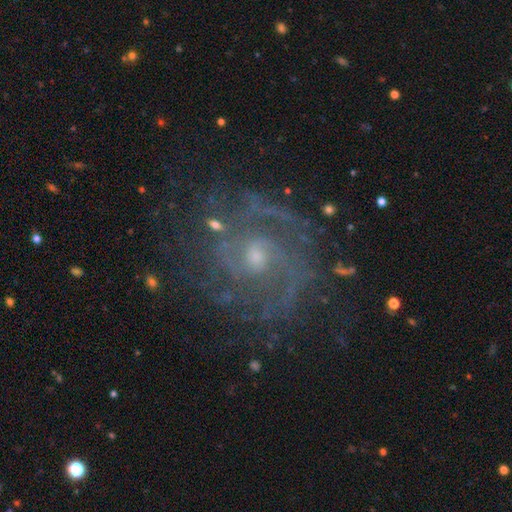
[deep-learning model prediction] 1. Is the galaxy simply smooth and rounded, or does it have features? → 83% featured or disk, 11% star or artifact, 6% smooth.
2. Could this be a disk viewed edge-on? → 98% no, 2% yes.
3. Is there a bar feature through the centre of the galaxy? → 63% no, 30% weak, 7% strong.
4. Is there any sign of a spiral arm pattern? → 95% yes, 5% no.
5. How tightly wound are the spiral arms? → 53% tight, 38% medium, 9% loose.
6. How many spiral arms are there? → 49% 2, 21% can't tell, 13% 3, 6% 4, 5% 1, 5% more than 4.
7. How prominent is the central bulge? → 57% small, 37% moderate, 3% none, 2% large, 1% dominant.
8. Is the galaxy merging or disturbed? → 75% none, 14% minor disturbance, 9% major disturbance, 2% merger.